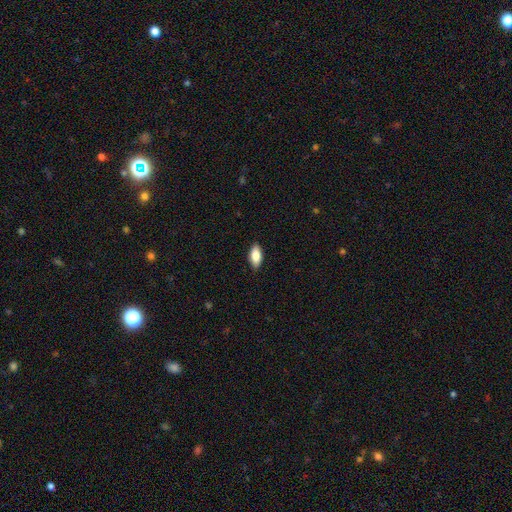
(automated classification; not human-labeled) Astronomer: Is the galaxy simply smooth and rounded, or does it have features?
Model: smooth — 84%.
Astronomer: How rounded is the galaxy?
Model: in between — 89%.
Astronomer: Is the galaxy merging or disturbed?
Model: none — 87%.